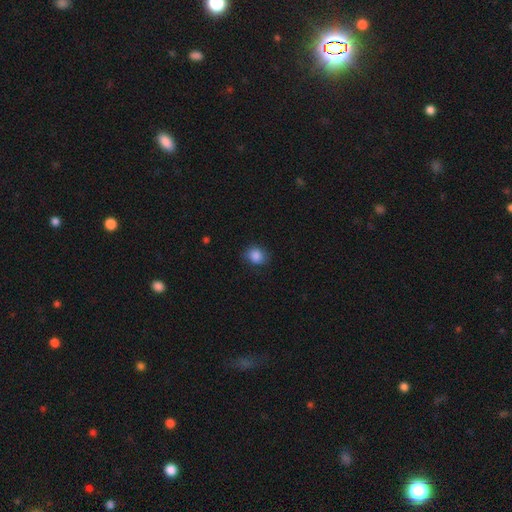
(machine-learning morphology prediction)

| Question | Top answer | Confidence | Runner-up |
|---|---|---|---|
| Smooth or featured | smooth | 87% | star or artifact (9%) |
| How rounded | round | 65% | in between (34%) |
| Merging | none | 79% | minor disturbance (16%) |